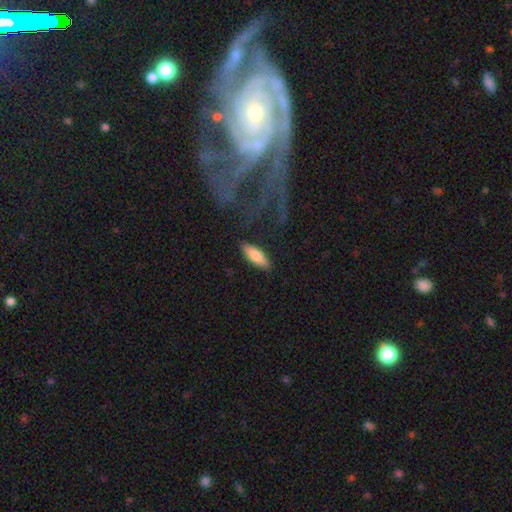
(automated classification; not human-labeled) Q: Smooth or featured?
A: smooth (81%); runner-up: featured or disk (13%)
Q: How rounded?
A: in between (63%); runner-up: cigar-shaped (36%)
Q: Merging?
A: none (86%); runner-up: minor disturbance (10%)